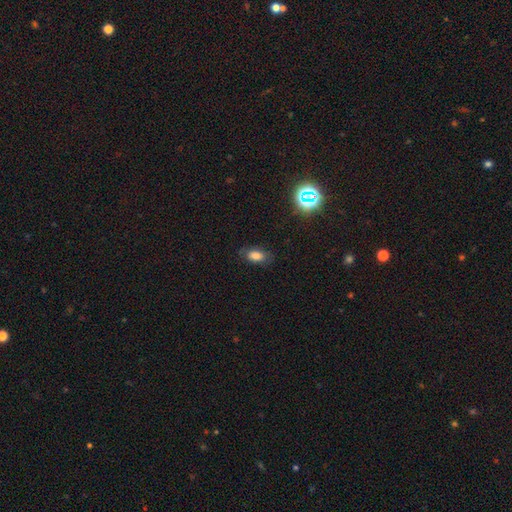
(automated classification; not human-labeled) Overall: smooth (78%). How rounded: in between (89%). Merging: none (78%).